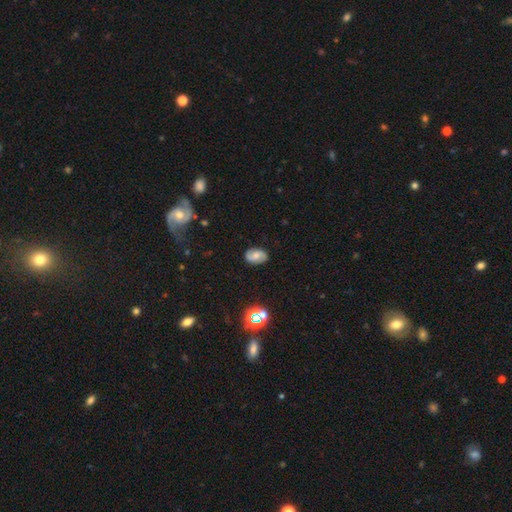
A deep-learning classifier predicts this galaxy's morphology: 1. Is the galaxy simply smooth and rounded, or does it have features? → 50% featured or disk, 39% smooth, 11% star or artifact.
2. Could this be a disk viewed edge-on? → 96% no, 4% yes.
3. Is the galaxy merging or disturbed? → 84% none, 12% minor disturbance, 3% major disturbance, 1% merger.